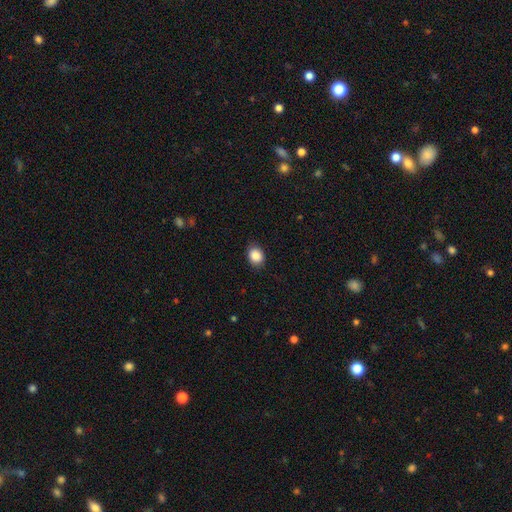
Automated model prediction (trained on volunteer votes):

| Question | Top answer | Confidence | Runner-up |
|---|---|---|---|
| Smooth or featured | smooth | 87% | star or artifact (8%) |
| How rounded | in between | 56% | round (43%) |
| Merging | none | 84% | minor disturbance (12%) |